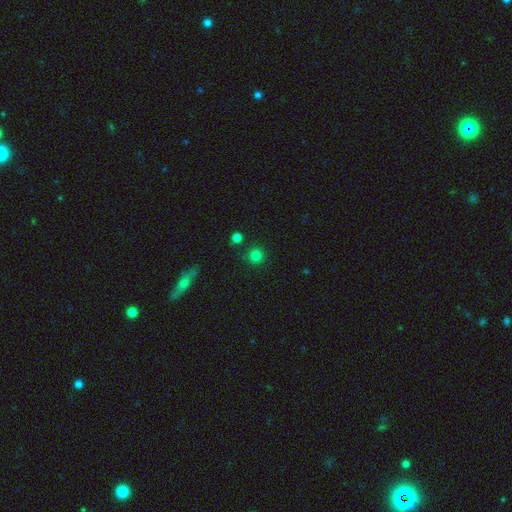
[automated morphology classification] A smooth galaxy with no disk features (80%) that is round (94%). Merging: none (87%).